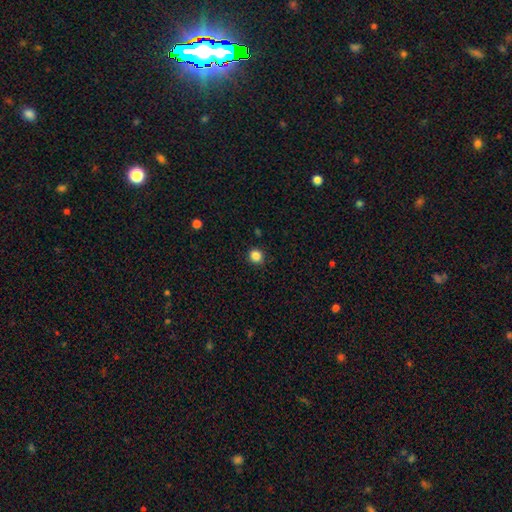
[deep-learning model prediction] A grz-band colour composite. It shows a smooth galaxy with no disk features (85%) that is round (88%). Merging: none (90%).